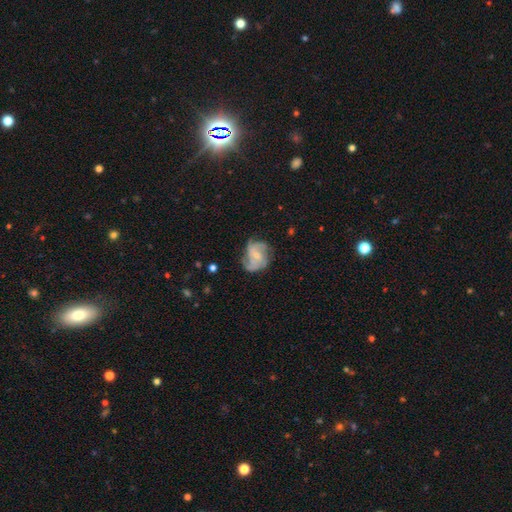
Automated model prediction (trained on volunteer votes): Overall: featured or disk (77%). Edge-on disk: no (98%). Bar: no (61%; weak 32%). Spiral arms: yes (93%). Spiral arm count: 3 (40%; 2 22%). Spiral winding: medium (47%; tight 33%). Bulge size: small (65%; moderate 30%). Merging: none (61%; minor disturbance 24%).